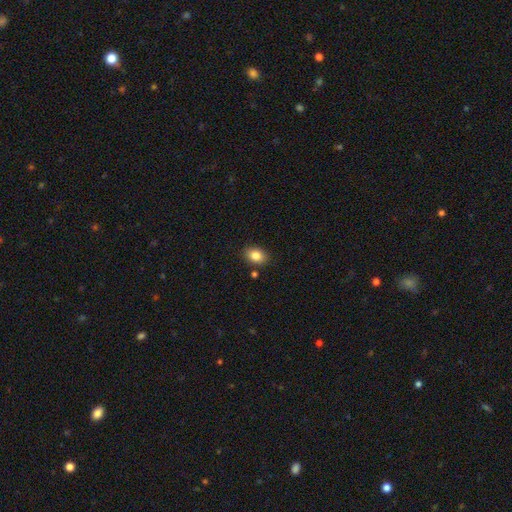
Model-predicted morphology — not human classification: Smooth or featured?
  - smooth: 84% *
  - star or artifact: 9%
  - featured or disk: 7%
How rounded?
  - in between: 71% *
  - round: 28%
  - cigar-shaped: 1%
Merging?
  - none: 84% *
  - minor disturbance: 10%
  - merger: 3%
  - major disturbance: 2%